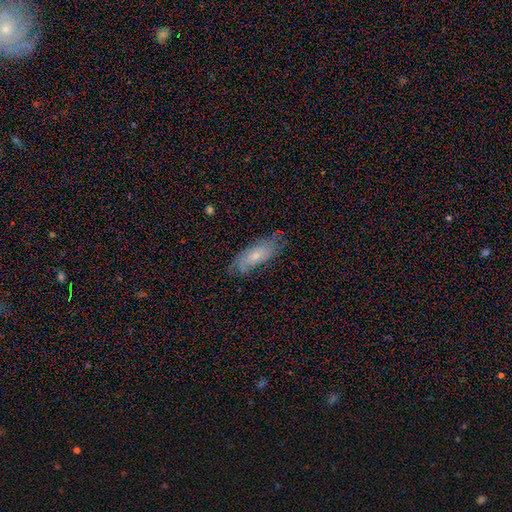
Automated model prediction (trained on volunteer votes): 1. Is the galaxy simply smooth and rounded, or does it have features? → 48% featured or disk, 45% smooth, 7% star or artifact.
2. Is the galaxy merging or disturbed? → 70% none, 22% minor disturbance, 6% major disturbance, 1% merger.